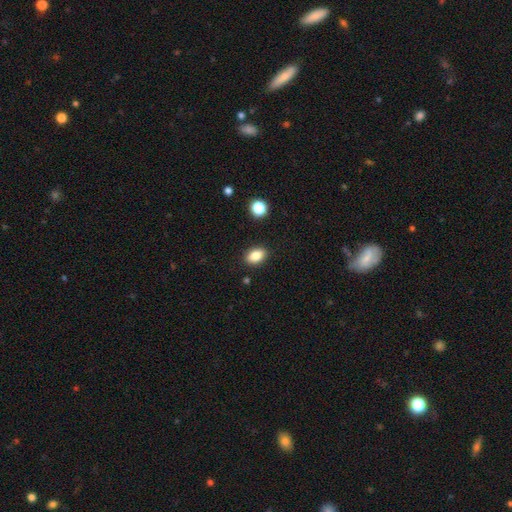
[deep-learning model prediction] Morphology: type=smooth (85%); roundness=in between (85%); merging=none (88%).